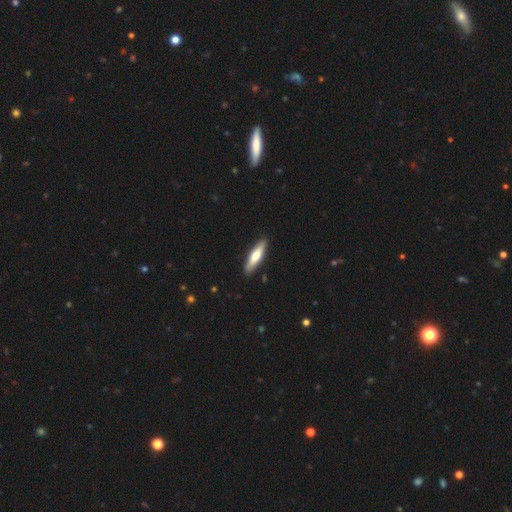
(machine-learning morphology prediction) A smooth galaxy with no disk features (63%) that is cigar-shaped (71%). Merging: none (89%).